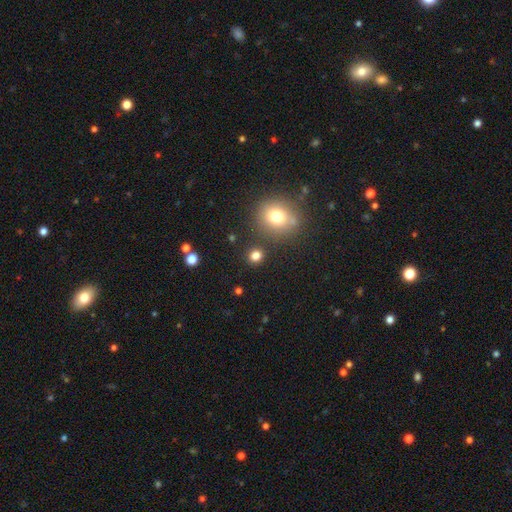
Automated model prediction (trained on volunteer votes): This is clearly a smooth galaxy (80%). How rounded: clearly round (87%). Merging: clearly none (87%).